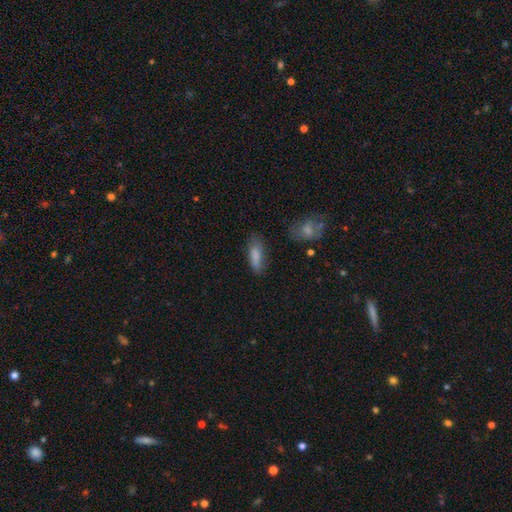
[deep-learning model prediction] This appears to be a smooth galaxy with no disk features (82%) that is in between round and cigar-shaped (57%). Merging: none (66%).